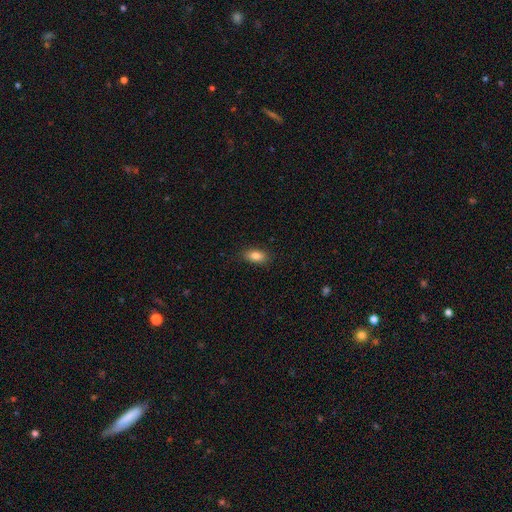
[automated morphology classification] smooth-or-featured: smooth: 84% | star or artifact: 8% | featured or disk: 8%
  how-rounded: in between: 88% | cigar-shaped: 6% | round: 6%
  merging: none: 86% | minor disturbance: 11% | major disturbance: 2% | merger: 1%